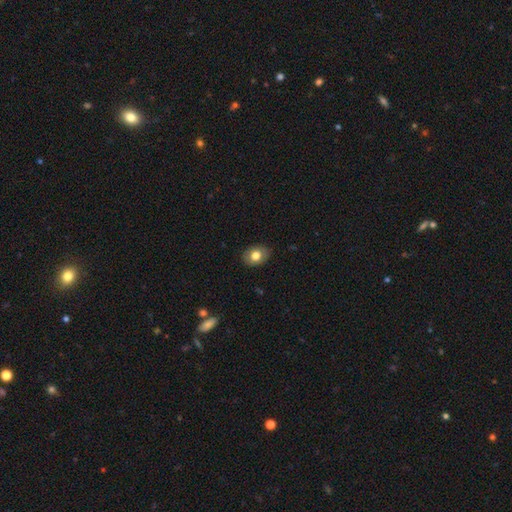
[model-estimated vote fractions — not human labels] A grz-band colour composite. It shows a smooth galaxy with no disk features (77%) that is in between round and cigar-shaped (66%). Merging: none (85%).